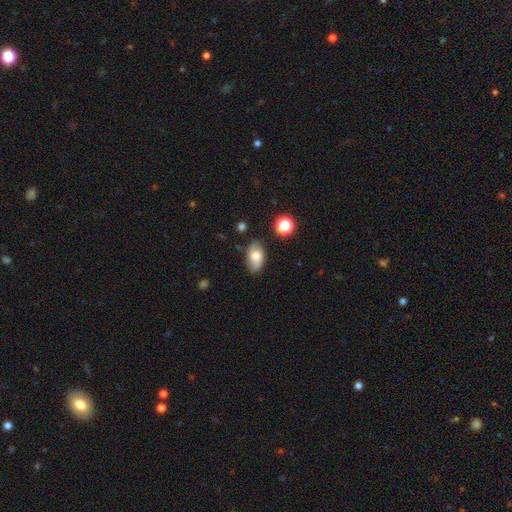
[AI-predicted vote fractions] smooth-or-featured: smooth: 71% | featured or disk: 21% | star or artifact: 9%
  how-rounded: in between: 91% | round: 7% | cigar-shaped: 2%
  merging: none: 79% | minor disturbance: 16% | major disturbance: 3% | merger: 2%